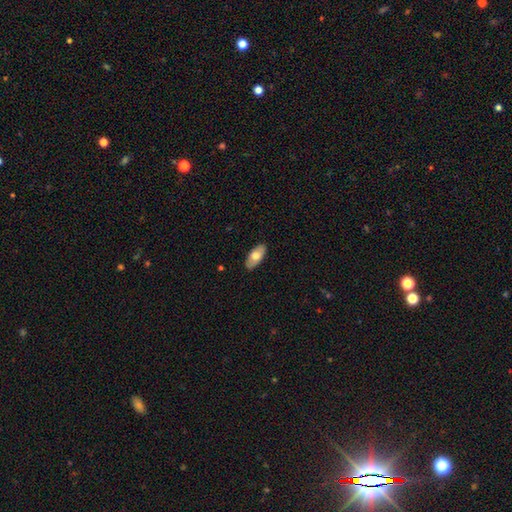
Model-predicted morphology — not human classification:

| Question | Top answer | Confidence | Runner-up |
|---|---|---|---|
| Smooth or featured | smooth | 68% | featured or disk (26%) |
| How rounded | in between | 90% | cigar-shaped (7%) |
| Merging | none | 88% | minor disturbance (9%) |